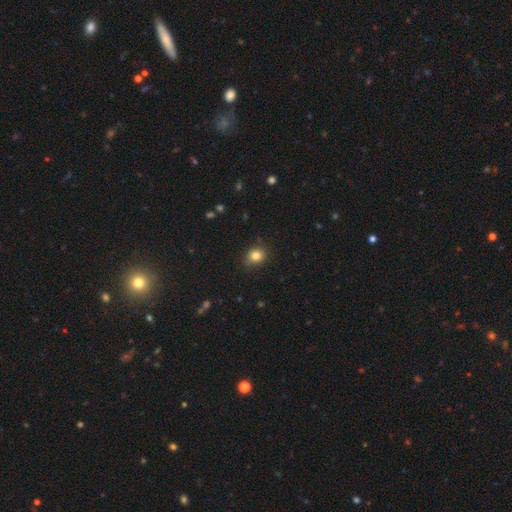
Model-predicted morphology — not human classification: Smooth or featured? Predicted: smooth (p=0.83). How rounded? Predicted: round (p=0.65). Merging? Predicted: none (p=0.83).